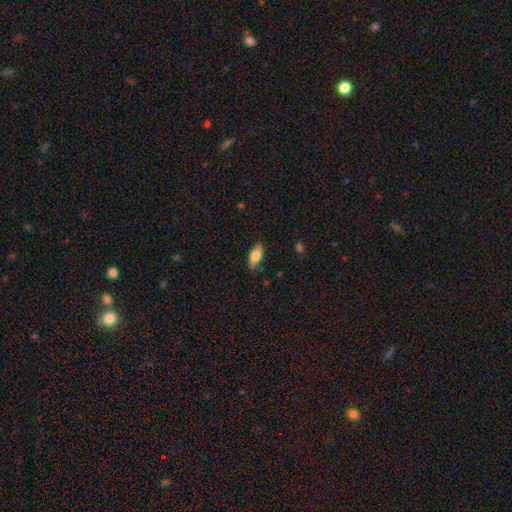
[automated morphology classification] Q: Smooth or featured?
A: smooth (77%); runner-up: featured or disk (17%)
Q: How rounded?
A: in between (86%); runner-up: cigar-shaped (11%)
Q: Merging?
A: none (85%); runner-up: minor disturbance (12%)